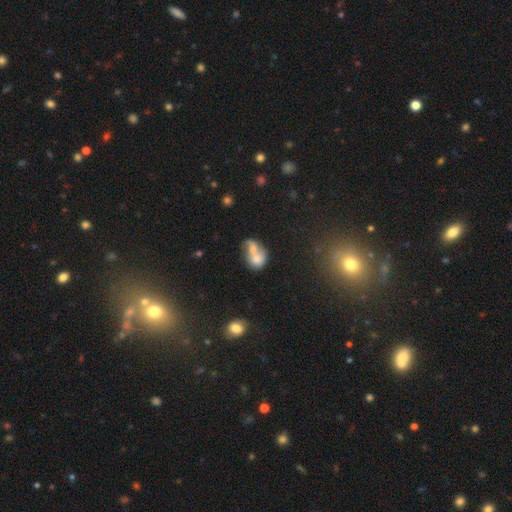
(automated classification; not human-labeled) This appears to be a smooth galaxy with no disk features (61%) that is in between round and cigar-shaped (62%). Merging: merger (69%).